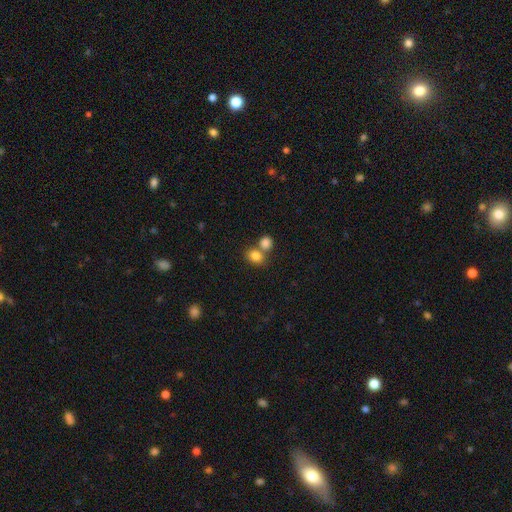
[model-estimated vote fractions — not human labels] Overall: smooth (83%). How rounded: round (53%; in between 45%). Merging: none (47%; merger 42%).